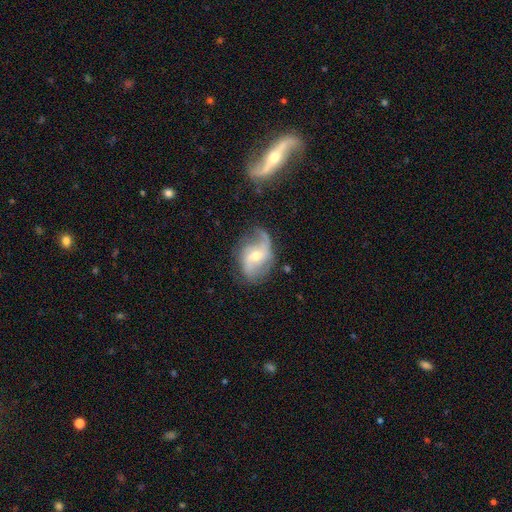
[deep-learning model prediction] This is clearly a featured or disk galaxy (80%). It is clearly not viewed edge-on (97%). Bar: marginally no (44%, tied with weak). Spiral arm pattern: clearly yes (93%). Spiral arm count: likely 2 (72%). Spiral winding: possibly loose (59%). Central bulge: possibly moderate (51%). Merging: possibly none (56%).